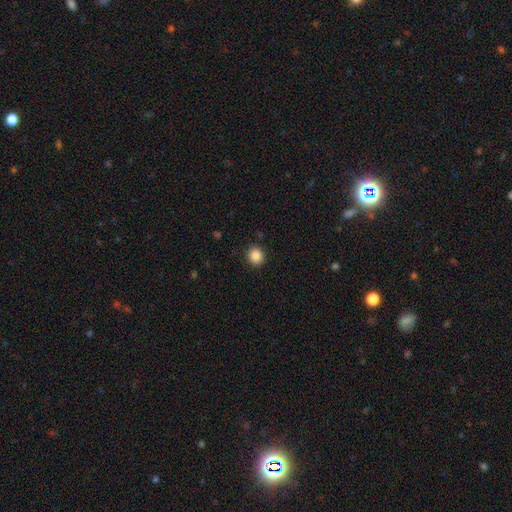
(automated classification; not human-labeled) Smooth or featured?
  - smooth: 87% *
  - star or artifact: 9%
  - featured or disk: 3%
How rounded?
  - round: 85% *
  - in between: 14%
  - cigar-shaped: 1%
Merging?
  - none: 91% *
  - minor disturbance: 6%
  - major disturbance: 2%
  - merger: 1%